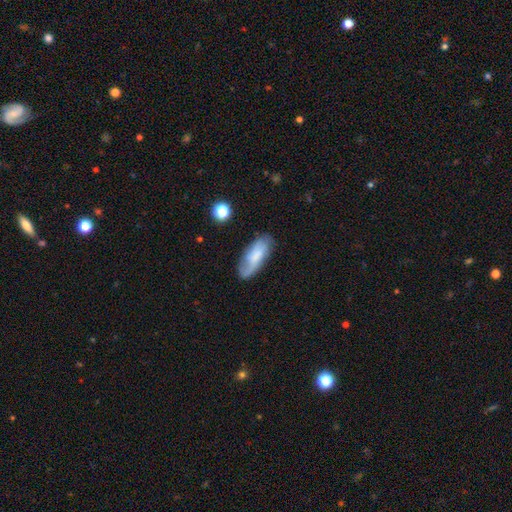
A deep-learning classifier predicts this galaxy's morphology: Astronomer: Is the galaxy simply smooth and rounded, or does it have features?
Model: smooth — 58% (runner-up: featured or disk, 35%).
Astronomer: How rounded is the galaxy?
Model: in between — 78%.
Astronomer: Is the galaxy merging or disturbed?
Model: none — 69%.